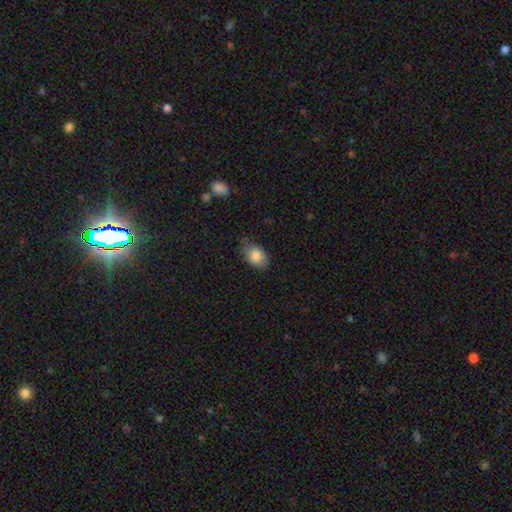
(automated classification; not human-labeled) Smooth or featured? smooth (80%)
How rounded? in between (83%)
Merging? none (66%)